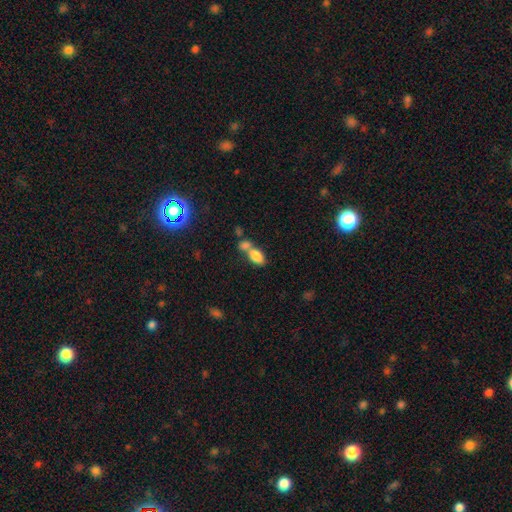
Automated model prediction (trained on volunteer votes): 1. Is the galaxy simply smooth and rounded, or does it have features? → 81% smooth, 10% featured or disk, 9% star or artifact.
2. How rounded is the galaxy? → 89% in between, 7% round, 4% cigar-shaped.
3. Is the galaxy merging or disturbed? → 59% merger, 28% none, 8% minor disturbance, 5% major disturbance.